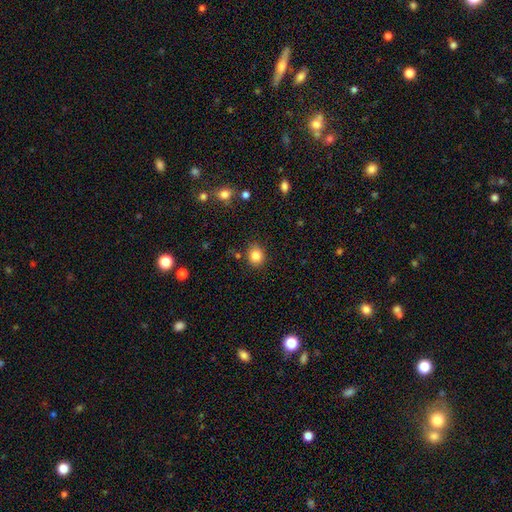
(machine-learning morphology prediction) This is clearly a smooth galaxy (83%). How rounded: likely round (71%). Merging: clearly none (83%).